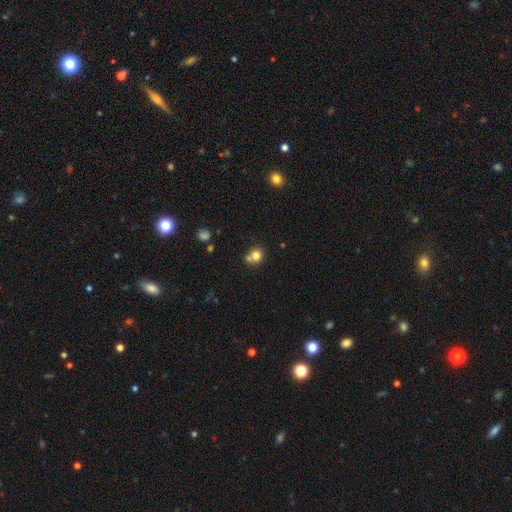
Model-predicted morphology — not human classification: Smooth or featured? Predicted: smooth (p=0.78). How rounded? Predicted: round (p=0.79). Merging? Predicted: none (p=0.49).